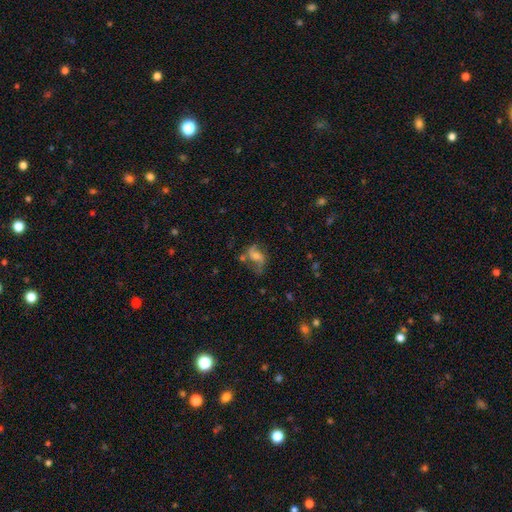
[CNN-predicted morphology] This is likely a featured or disk galaxy (68%). It is clearly not viewed edge-on (97%). Bar: possibly no (47%). Spiral arm pattern: clearly yes (88%). Spiral arm count: clearly 2 (84%). Spiral winding: likely loose (63%). Central bulge: marginally moderate (44%). Merging: possibly none (51%).